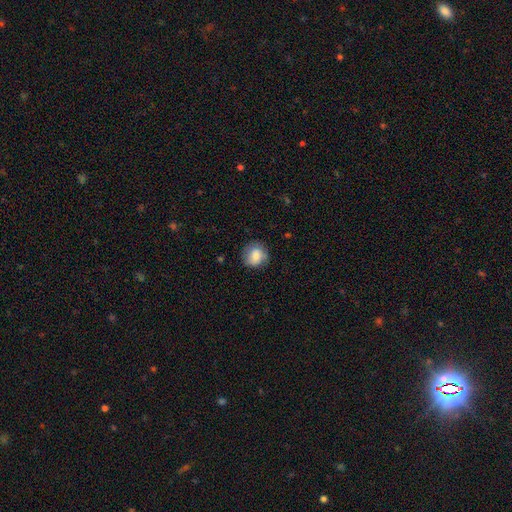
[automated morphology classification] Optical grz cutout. It shows a smooth galaxy with no disk features (80%) that is round (81%). Merging: none (77%).